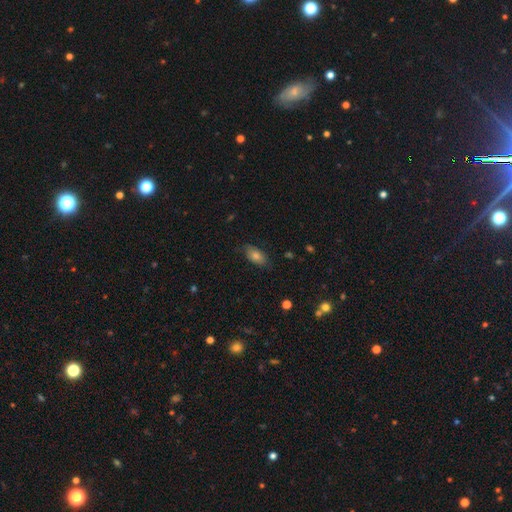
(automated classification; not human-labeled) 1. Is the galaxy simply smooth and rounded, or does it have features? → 69% smooth, 18% featured or disk, 13% star or artifact.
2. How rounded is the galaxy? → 86% in between, 7% cigar-shaped, 7% round.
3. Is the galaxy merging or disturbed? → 79% none, 16% minor disturbance, 4% major disturbance, 1% merger.